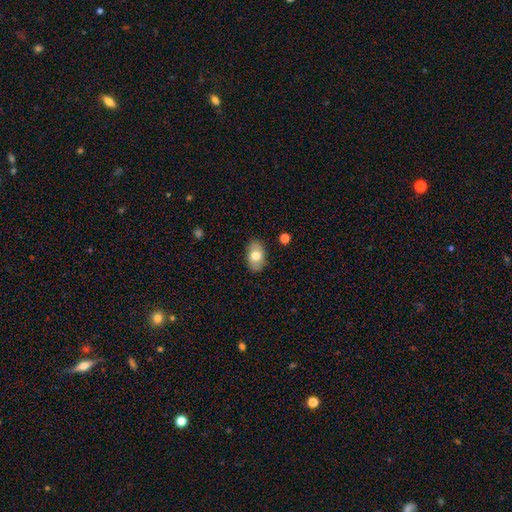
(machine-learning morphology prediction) Smooth or featured? smooth (73%)
How rounded? in between (89%)
Merging? none (85%)